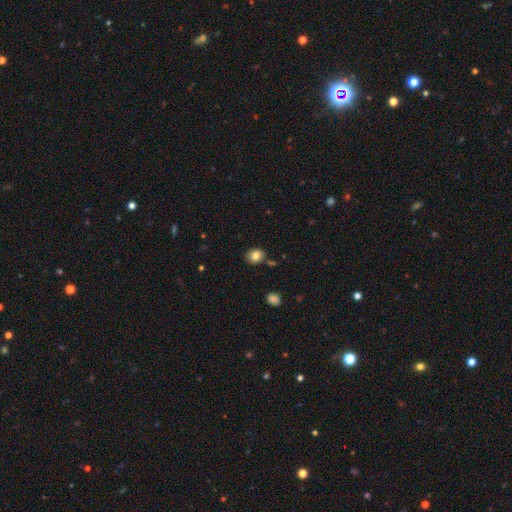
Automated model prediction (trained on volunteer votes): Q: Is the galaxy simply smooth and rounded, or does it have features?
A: smooth — 81%.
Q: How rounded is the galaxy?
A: round — 64%.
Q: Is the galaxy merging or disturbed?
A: none — 82%.